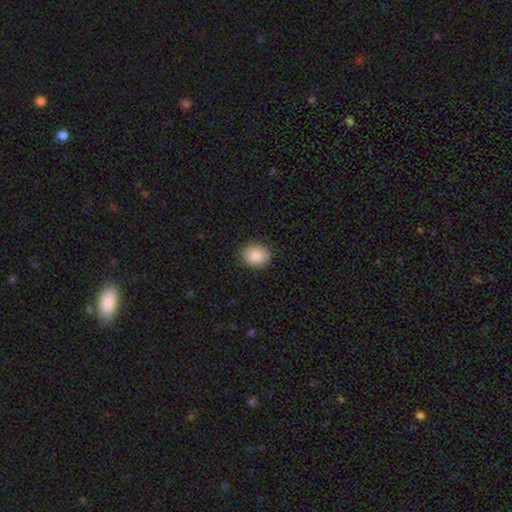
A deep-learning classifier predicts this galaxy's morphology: This is clearly a smooth galaxy (86%). How rounded: possibly in between (52%). Merging: clearly none (86%).